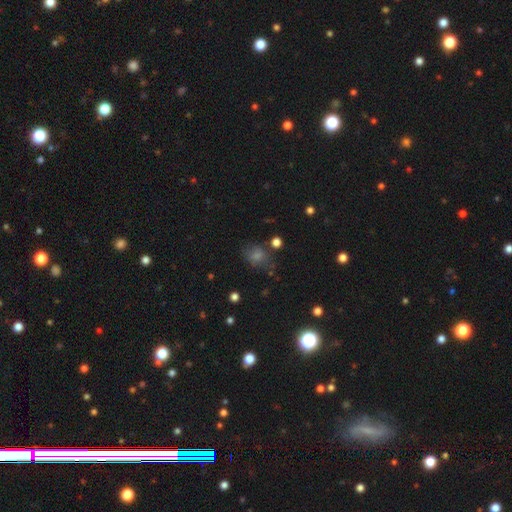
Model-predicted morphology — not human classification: This is possibly a smooth galaxy (54%). How rounded: likely round (61%). Merging: likely none (67%).